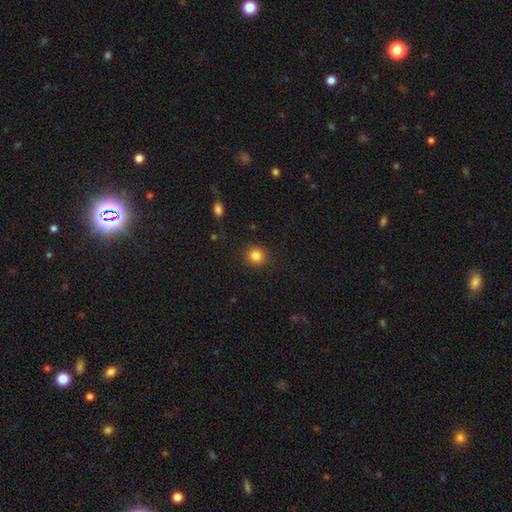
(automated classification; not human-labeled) This appears to be a smooth galaxy with no disk features (85%) that is round (90%). Merging: none (90%).